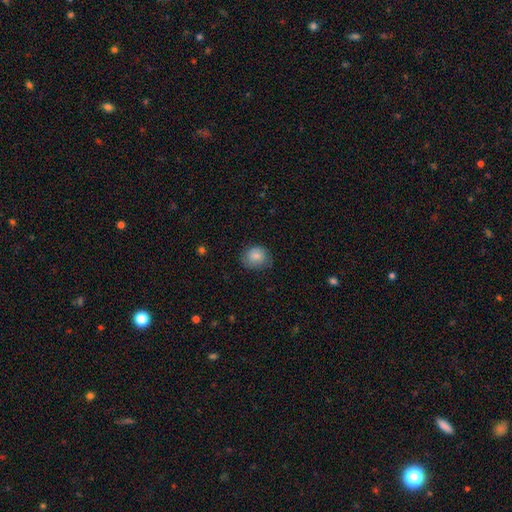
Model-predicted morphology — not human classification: smooth_or_featured: smooth (p=0.84) [alt: featured or disk p=0.08]
how_rounded: round (p=0.65) [alt: in between p=0.34]
merging: none (p=0.71) [alt: minor disturbance p=0.23]